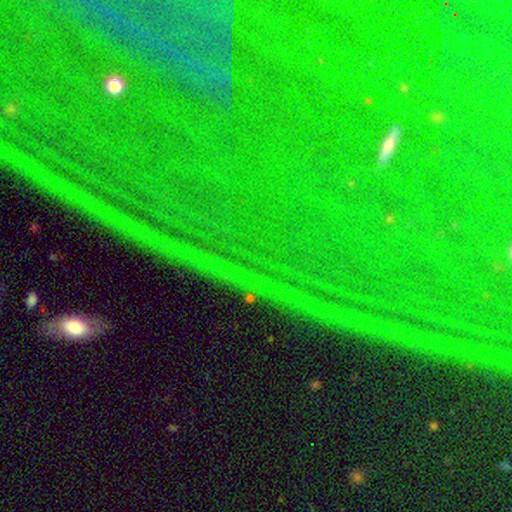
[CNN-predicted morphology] This appears to be a star or artifact, not a galaxy (85%).